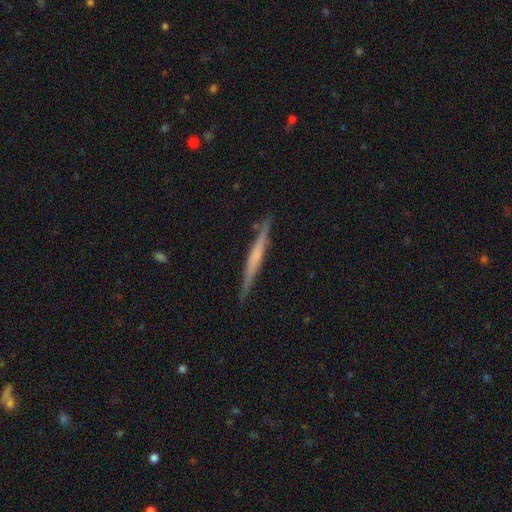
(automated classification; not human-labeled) Q: Smooth or featured?
A: featured or disk (60%); runner-up: smooth (34%)
Q: Edge-on disk?
A: yes (97%); runner-up: no (3%)
Q: Edge-on bulge?
A: none (57%); runner-up: rounded (25%)
Q: Merging?
A: none (88%); runner-up: minor disturbance (9%)